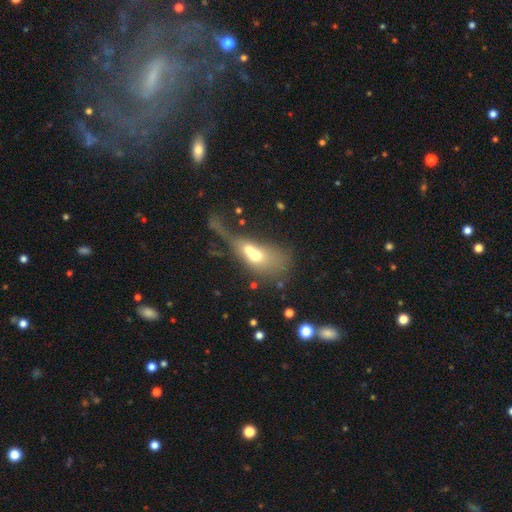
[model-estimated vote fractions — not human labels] A smooth galaxy with no disk features (52%) that is in between round and cigar-shaped (73%). Merging: merger (49%).